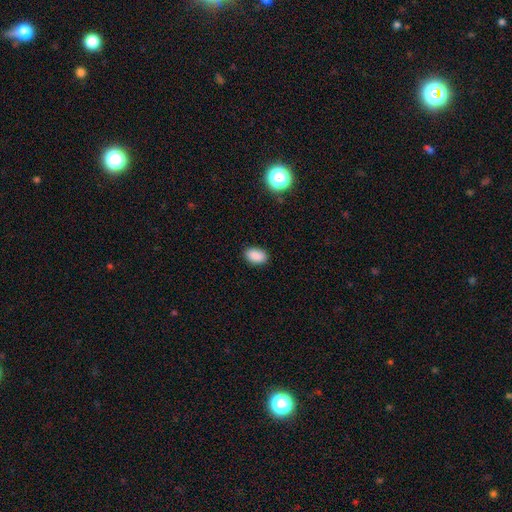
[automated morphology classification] Q: Smooth or featured?
A: smooth (89%); runner-up: star or artifact (9%)
Q: How rounded?
A: in between (90%); runner-up: round (9%)
Q: Merging?
A: none (87%); runner-up: minor disturbance (9%)